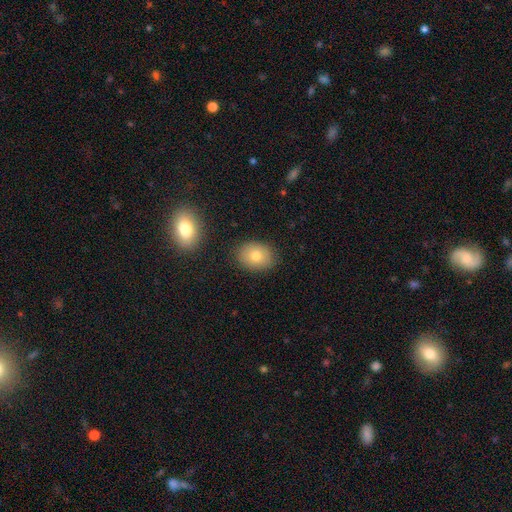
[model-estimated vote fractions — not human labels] Q: Smooth or featured?
A: smooth (77%); runner-up: featured or disk (14%)
Q: How rounded?
A: in between (61%); runner-up: round (38%)
Q: Merging?
A: none (86%); runner-up: minor disturbance (10%)